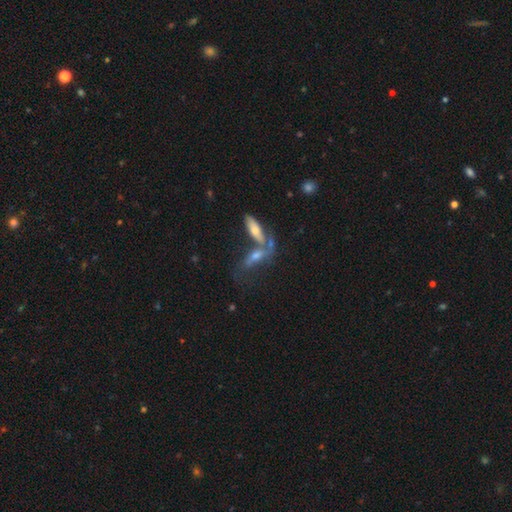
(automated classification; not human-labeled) The model was most divided on "smooth or featured": featured or disk: 47%, smooth: 43%, star or artifact: 10%. Remaining: merging — merger (47%).